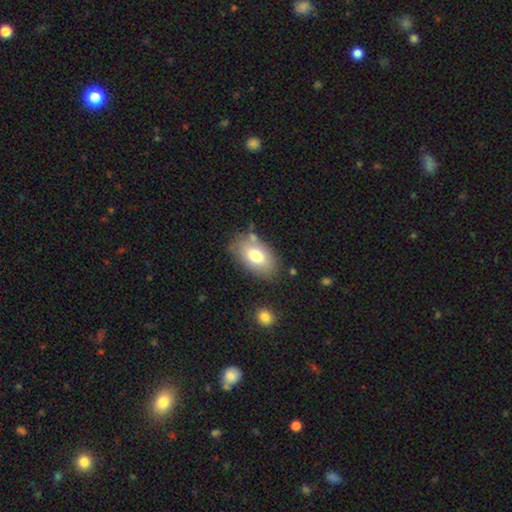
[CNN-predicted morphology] Smooth or featured: smooth — 73% (featured or disk — 19%)
How rounded: in between — 91% (round — 8%)
Merging: none — 75% (minor disturbance — 15%)